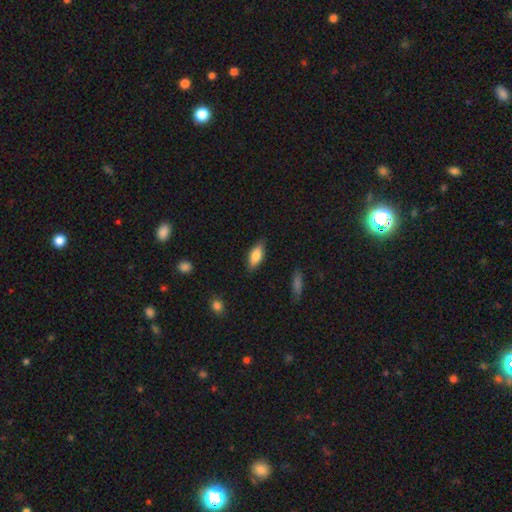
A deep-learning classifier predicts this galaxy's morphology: A smooth galaxy with no disk features (74%) that is in between round and cigar-shaped (77%). Merging: none (84%).